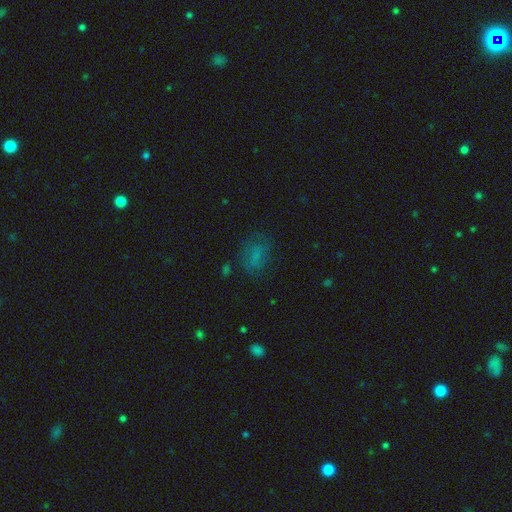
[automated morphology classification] A smooth galaxy with no disk features (63%) that is in between round and cigar-shaped (75%). Merging: none (66%).